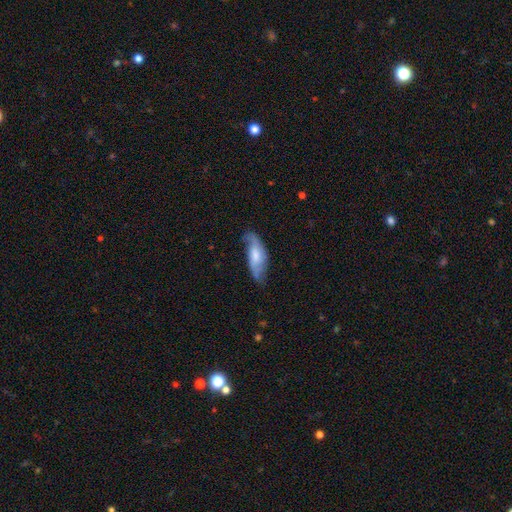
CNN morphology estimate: Smooth or featured? featured or disk (50%)
Edge-on disk? no (83%)
Merging? none (54%)